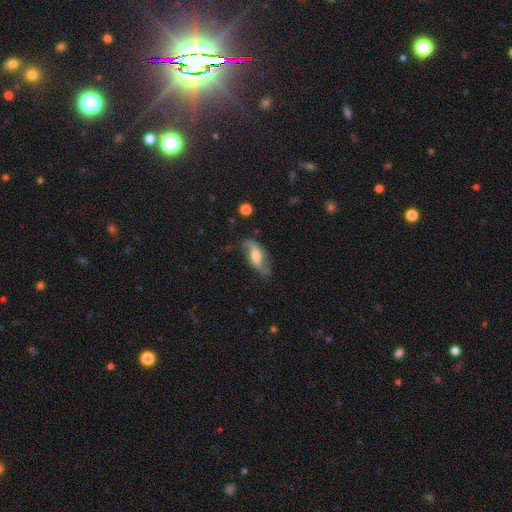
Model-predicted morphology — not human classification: Smooth or featured?
  - featured or disk: 70% *
  - smooth: 23%
  - star or artifact: 7%
Edge-on disk?
  - no: 88% *
  - yes: 12%
Bar?
  - no: 41% *
  - weak: 37%
  - strong: 22%
Spiral arms?
  - yes: 89% *
  - no: 11%
Spiral winding?
  - loose: 63% *
  - medium: 26%
  - tight: 10%
Spiral arm count?
  - 2: 86% *
  - can't tell: 6%
  - 1: 5%
  - 3: 1%
  - 4: 1%
  - more than 4: 1%
Bulge size?
  - moderate: 62% *
  - small: 24%
  - large: 9%
  - none: 2%
  - dominant: 1%
Merging?
  - none: 66% *
  - minor disturbance: 21%
  - major disturbance: 10%
  - merger: 2%